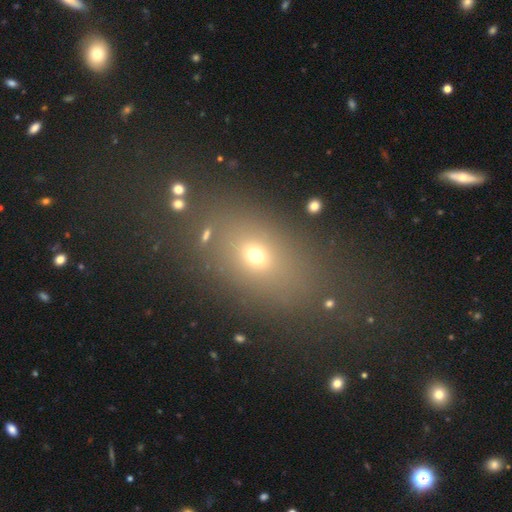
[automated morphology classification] Q: Smooth or featured?
A: smooth (62%); runner-up: star or artifact (23%)
Q: How rounded?
A: in between (66%); runner-up: round (30%)
Q: Merging?
A: none (76%); runner-up: minor disturbance (12%)